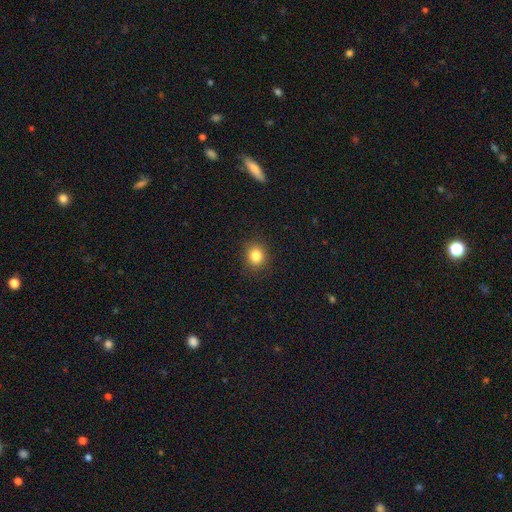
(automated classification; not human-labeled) Smooth or featured? Predicted: smooth (p=0.83). How rounded? Predicted: round (p=0.80). Merging? Predicted: none (p=0.90).